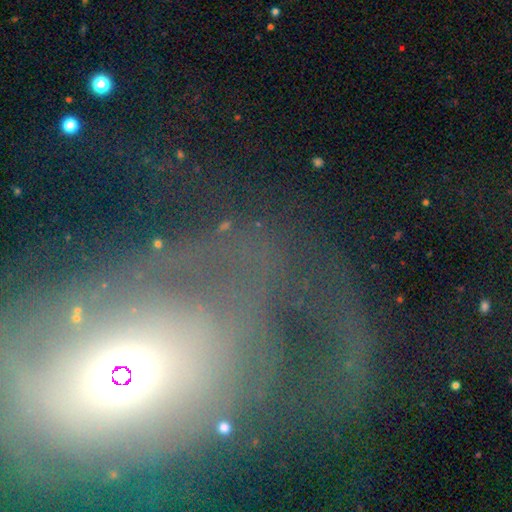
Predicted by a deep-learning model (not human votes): Smooth or featured?
  - featured or disk: 54% *
  - smooth: 25%
  - star or artifact: 21%
Edge-on disk?
  - no: 91% *
  - yes: 9%
Merging?
  - none: 49% *
  - major disturbance: 32%
  - minor disturbance: 14%
  - merger: 5%